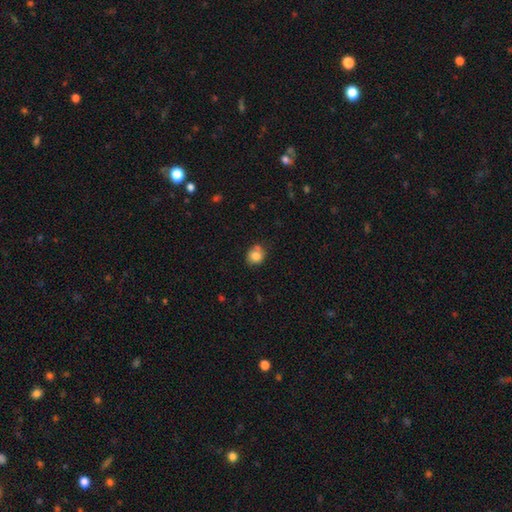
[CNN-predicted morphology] smooth-or-featured: smooth: 80% | star or artifact: 10% | featured or disk: 10%
  how-rounded: round: 76% | in between: 23% | cigar-shaped: 1%
  merging: none: 65% | minor disturbance: 18% | merger: 13% | major disturbance: 4%